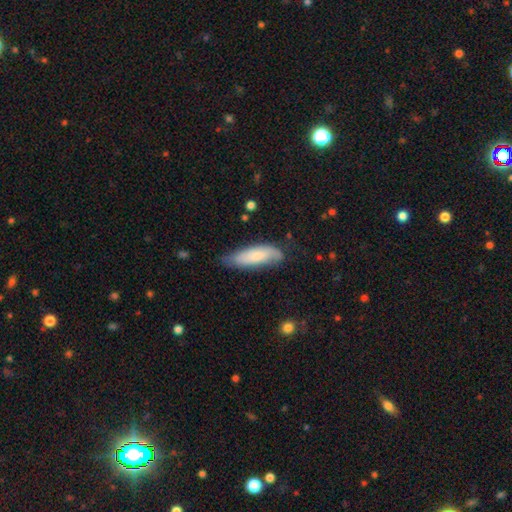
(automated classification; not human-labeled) Smooth or featured? smooth (65%)
How rounded? in between (55%)
Merging? none (59%)